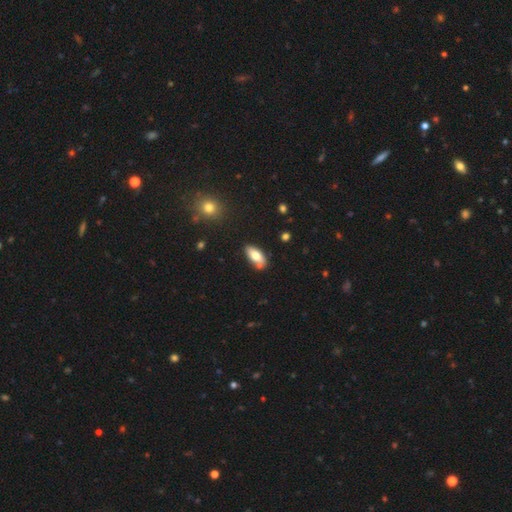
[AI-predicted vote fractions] Morphology: type=smooth (71%); roundness=in between (87%); merging=none (69%).